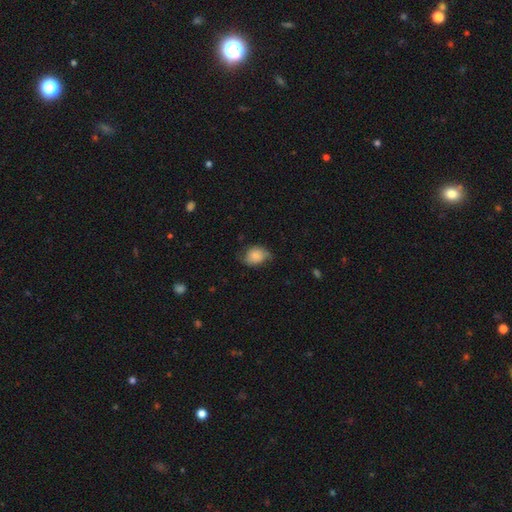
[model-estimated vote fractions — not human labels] Overall: smooth (66%). How rounded: in between (65%; round 34%). Merging: none (55%; minor disturbance 32%).